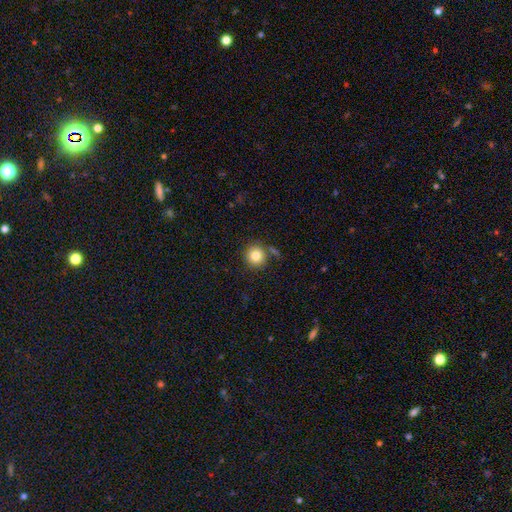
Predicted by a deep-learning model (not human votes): smooth 82%, star or artifact 10%, featured or disk 8%. Down the decision tree: how rounded — round (93%); merging — none (76%).